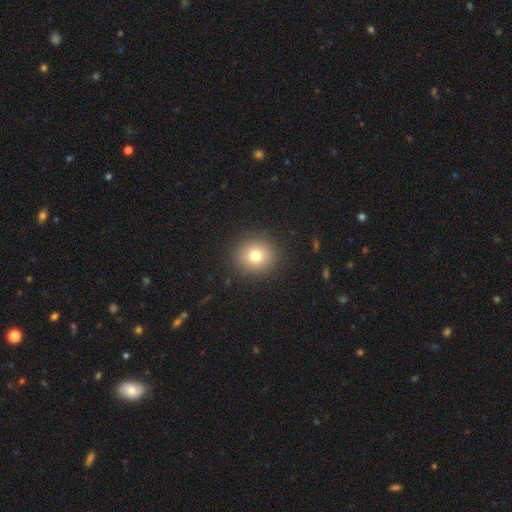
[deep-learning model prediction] smooth-or-featured: smooth: 78% | star or artifact: 12% | featured or disk: 10%
  how-rounded: round: 89% | in between: 10% | cigar-shaped: 1%
  merging: none: 90% | minor disturbance: 6% | major disturbance: 3% | merger: 1%